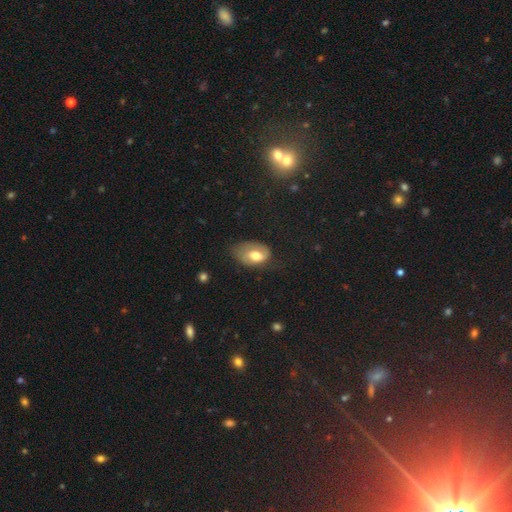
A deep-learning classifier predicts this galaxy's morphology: A smooth galaxy with no disk features (59%) that is in between round and cigar-shaped (87%). Merging: none (45%).